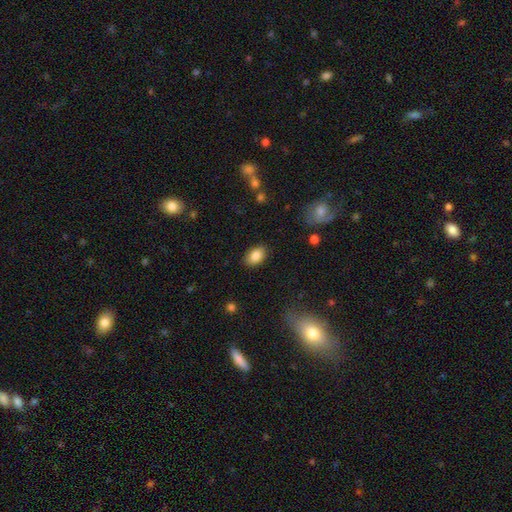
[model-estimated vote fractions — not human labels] Smooth or featured?
  - smooth: 86% *
  - star or artifact: 8%
  - featured or disk: 7%
How rounded?
  - in between: 86% *
  - round: 13%
  - cigar-shaped: 1%
Merging?
  - none: 87% *
  - minor disturbance: 9%
  - major disturbance: 2%
  - merger: 1%